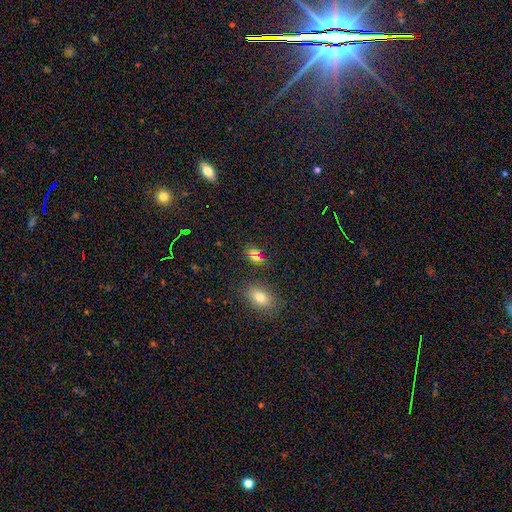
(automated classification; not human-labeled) A smooth galaxy with no disk features (61%) that is in between round and cigar-shaped (62%).

Vote fractions:
- Smooth or featured? smooth: 61% / star or artifact: 29% / featured or disk: 10%
- How rounded? in between: 62% / round: 32% / cigar-shaped: 6%
- Merging? none: 69% / minor disturbance: 14% / merger: 10% / major disturbance: 7%